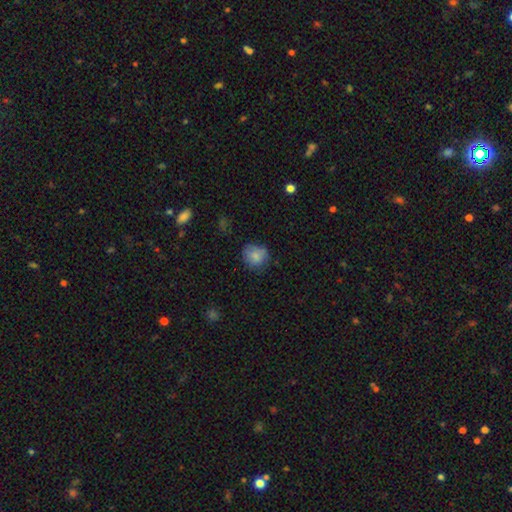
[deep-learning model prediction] This is clearly a smooth galaxy (81%). How rounded: clearly round (80%). Merging: likely none (71%).